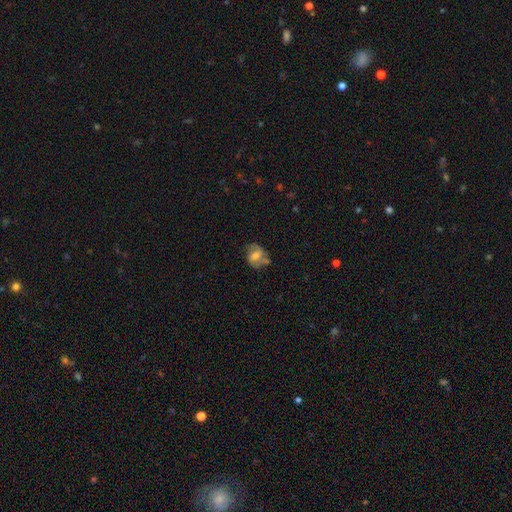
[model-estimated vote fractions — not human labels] A featured or disk galaxy (51%).

Vote fractions:
- Smooth or featured? featured or disk: 51% / smooth: 40% / star or artifact: 9%
- Edge-on disk? no: 97% / yes: 3%
- Merging? none: 51% / minor disturbance: 26% / major disturbance: 15% / merger: 7%